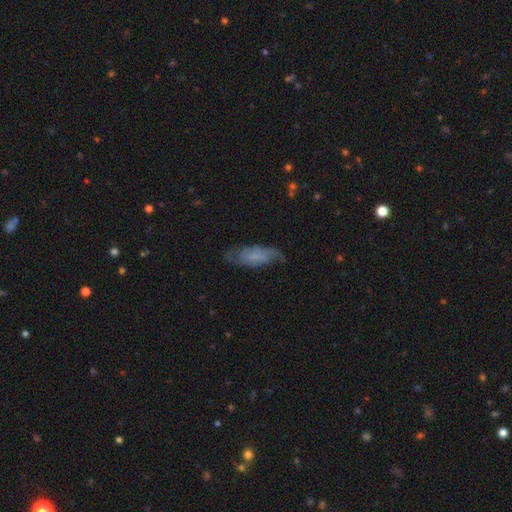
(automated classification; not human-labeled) A featured or disk galaxy (55%). Merging: none (66%).